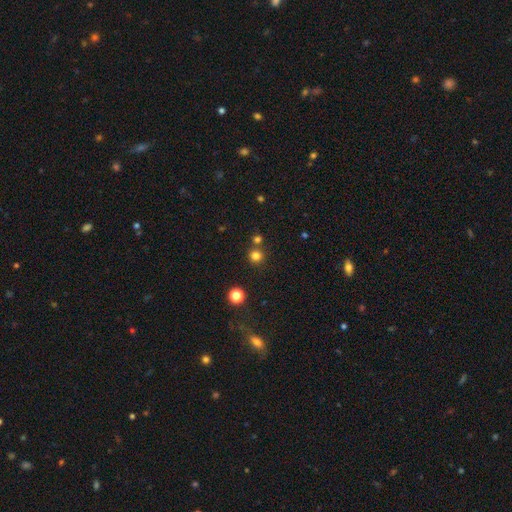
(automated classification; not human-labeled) Smooth or featured? Predicted: smooth (p=0.78). How rounded? Predicted: round (p=0.93). Merging? Predicted: none (p=0.76).